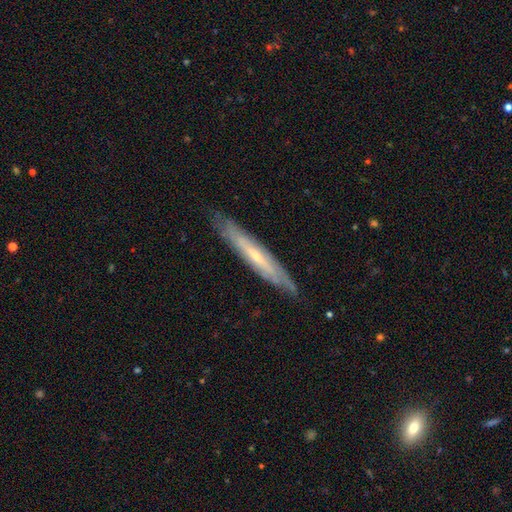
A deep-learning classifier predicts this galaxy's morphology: Smooth or featured: featured or disk — 67% (smooth — 27%)
Edge-on disk: yes — 71% (no — 29%)
Merging: none — 80% (minor disturbance — 16%)